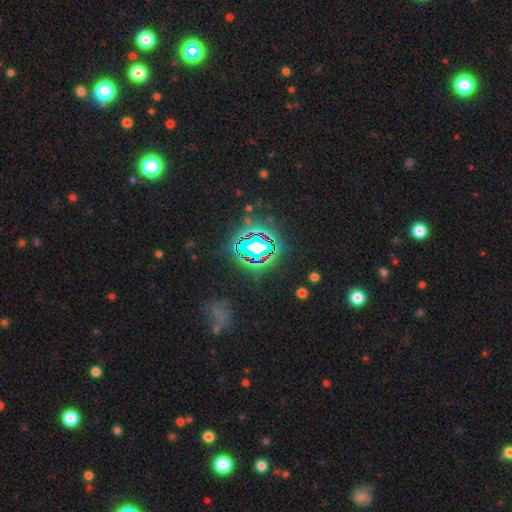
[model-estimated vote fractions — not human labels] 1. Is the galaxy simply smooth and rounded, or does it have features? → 81% star or artifact, 11% smooth, 8% featured or disk.